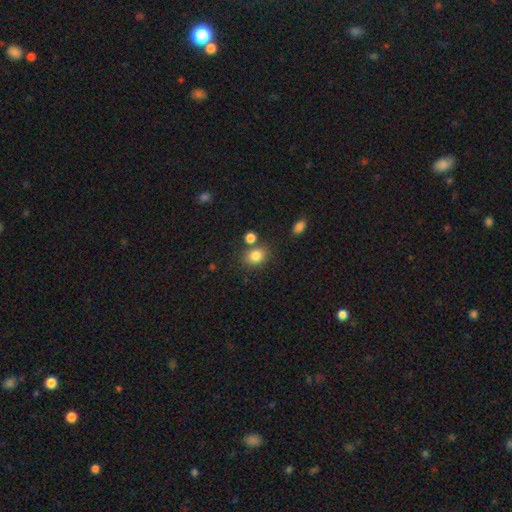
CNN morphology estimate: Smooth or featured? smooth (83%)
How rounded? round (54%)
Merging? none (71%)